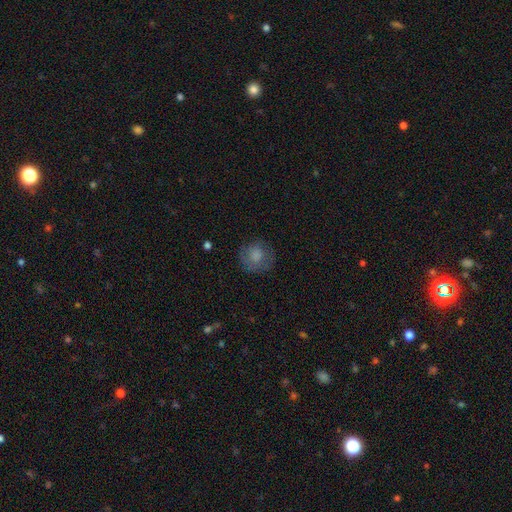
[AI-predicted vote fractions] Overall: smooth (77%). How rounded: round (91%). Merging: none (75%).